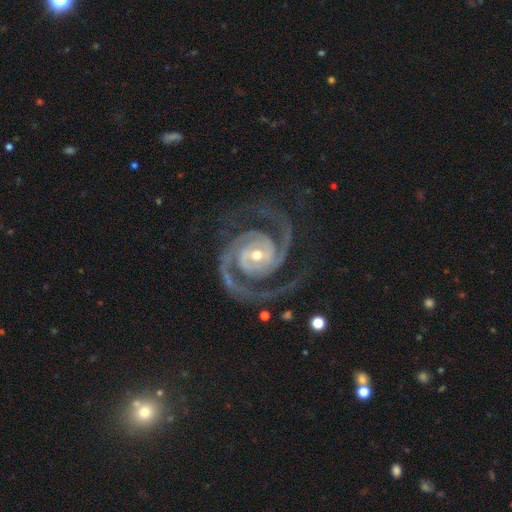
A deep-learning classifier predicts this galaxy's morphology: The model was most divided on "bulge size": small: 52%, moderate: 44%, large: 2%, none: 1%, dominant: 1%. Remaining: spiral arms — yes (99%); edge-on disk — no (98%); smooth or featured — featured or disk (94%); spiral arm count — 2 (88%); merging — none (79%); spiral winding — tight (56%); bar — no (49%).